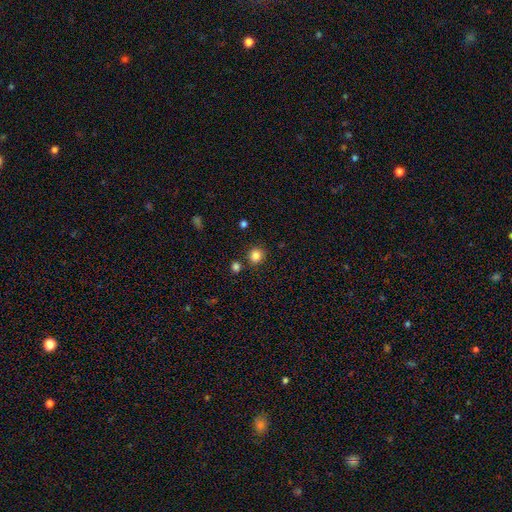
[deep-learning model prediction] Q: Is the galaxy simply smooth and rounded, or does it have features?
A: smooth — 84%.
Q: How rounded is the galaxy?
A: round — 86%.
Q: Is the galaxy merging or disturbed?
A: none — 83%.